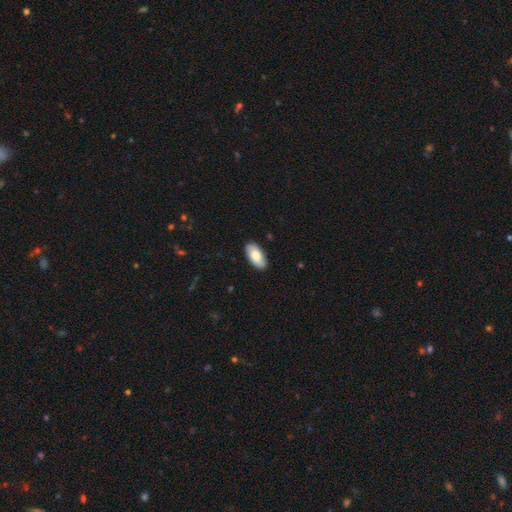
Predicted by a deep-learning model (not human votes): smooth 81%, featured or disk 14%, star or artifact 6%. Down the decision tree: how rounded — in between (93%); merging — none (88%).